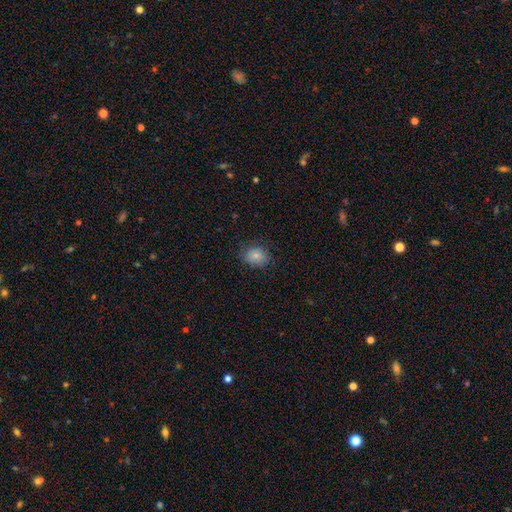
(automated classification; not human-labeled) Smooth or featured?
  - smooth: 81% *
  - star or artifact: 10%
  - featured or disk: 9%
How rounded?
  - round: 53% *
  - in between: 46%
  - cigar-shaped: 1%
Merging?
  - none: 81% *
  - minor disturbance: 14%
  - major disturbance: 4%
  - merger: 1%